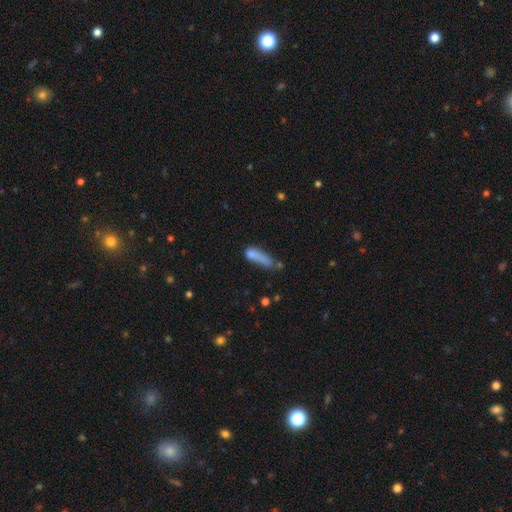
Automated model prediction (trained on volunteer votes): Morphology: type=smooth (73%); roundness=cigar-shaped (59%); merging=none (30%).